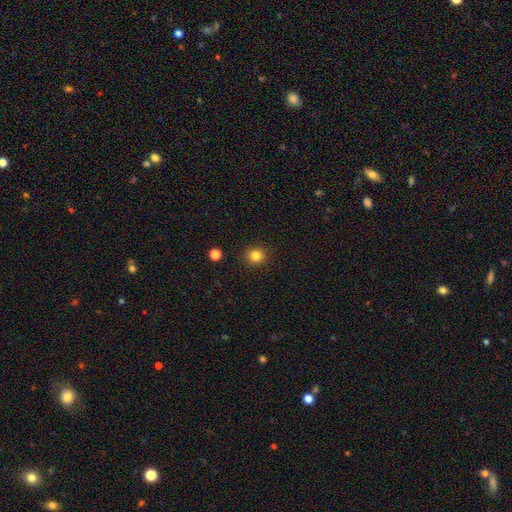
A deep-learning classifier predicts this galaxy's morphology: This appears to be a smooth galaxy with no disk features (83%) that is round (90%). Merging: none (92%).